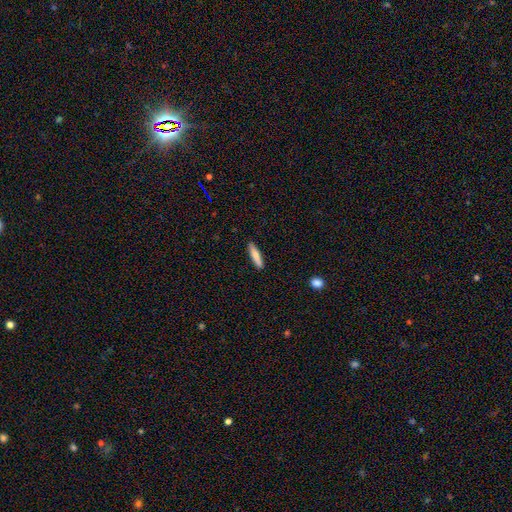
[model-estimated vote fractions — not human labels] Morphology: type=smooth (76%); roundness=cigar-shaped (82%); merging=none (89%).